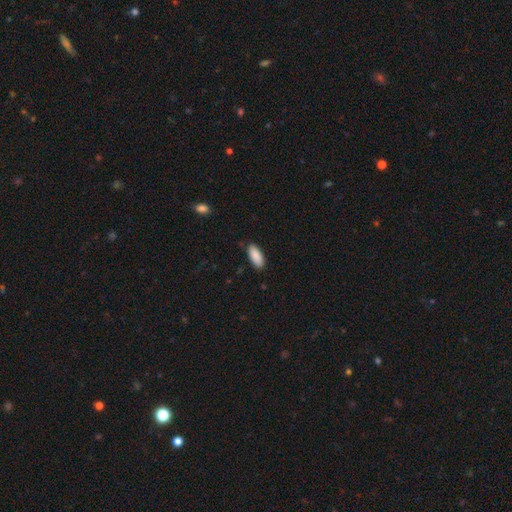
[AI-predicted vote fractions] Smooth or featured? smooth (90%)
How rounded? in between (85%)
Merging? none (87%)